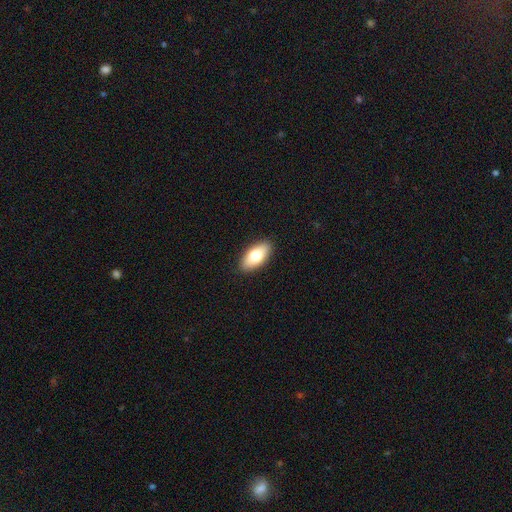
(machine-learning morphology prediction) This appears to be a smooth galaxy with no disk features (75%) that is in between round and cigar-shaped (90%). Merging: none (90%).